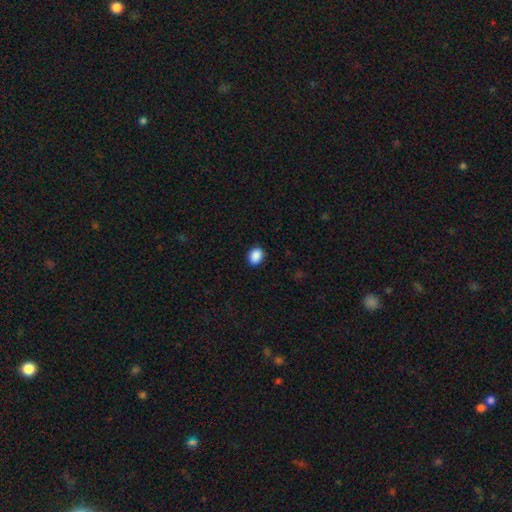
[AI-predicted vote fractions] This appears to be a smooth galaxy with no disk features (90%) that is in between round and cigar-shaped (59%). Merging: none (90%).